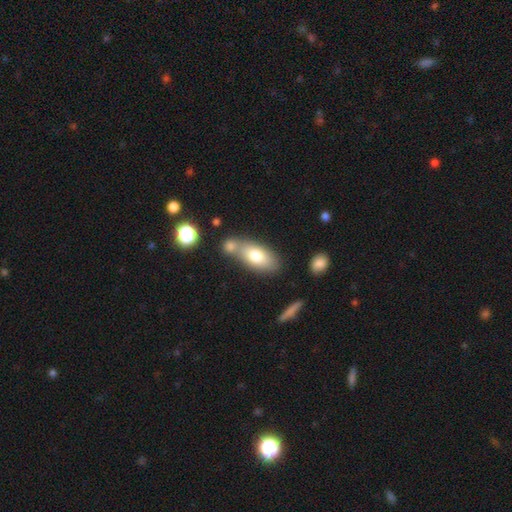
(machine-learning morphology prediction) Smooth or featured: smooth — 73% (featured or disk — 19%)
How rounded: in between — 85% (cigar-shaped — 10%)
Merging: none — 50% (merger — 32%)